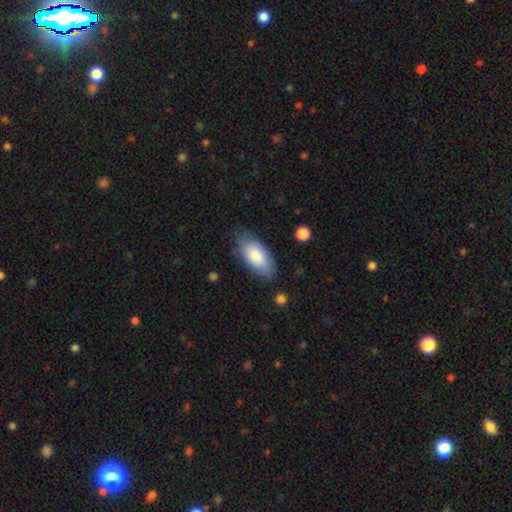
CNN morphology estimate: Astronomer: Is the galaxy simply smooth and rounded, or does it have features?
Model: smooth — 81%.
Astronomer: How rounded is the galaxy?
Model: in between — 92%.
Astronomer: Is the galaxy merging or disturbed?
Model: none — 77%.